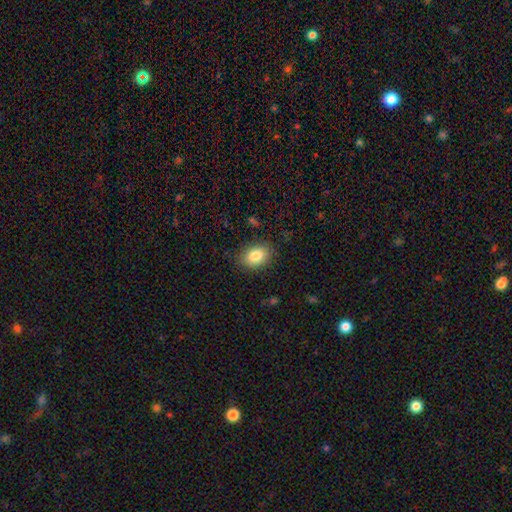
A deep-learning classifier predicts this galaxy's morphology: A smooth galaxy with no disk features (84%) that is in between round and cigar-shaped (81%).

Vote fractions:
- Smooth or featured? smooth: 84% / star or artifact: 8% / featured or disk: 8%
- How rounded? in between: 81% / round: 18% / cigar-shaped: 1%
- Merging? none: 84% / minor disturbance: 11% / major disturbance: 3% / merger: 1%